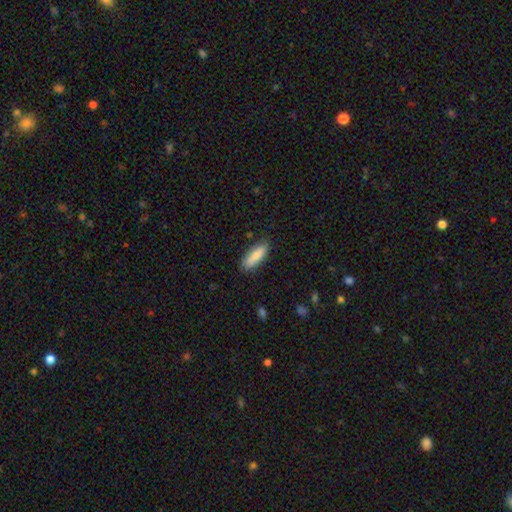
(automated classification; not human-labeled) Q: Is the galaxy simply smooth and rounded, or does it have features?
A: smooth — 84%.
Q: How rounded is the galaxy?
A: in between — 58%.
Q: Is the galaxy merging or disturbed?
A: none — 84%.